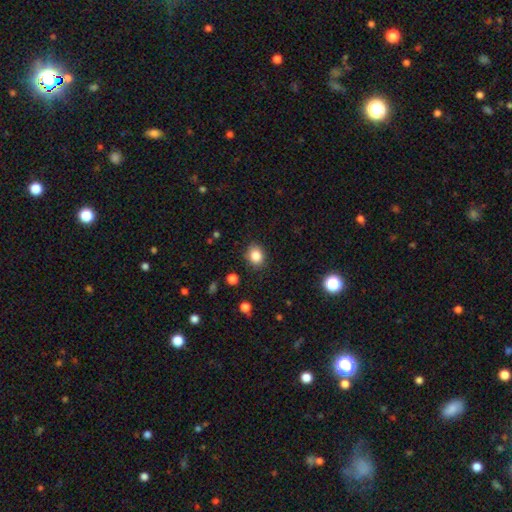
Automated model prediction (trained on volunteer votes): smooth-or-featured: smooth: 85% | star or artifact: 10% | featured or disk: 5%
  how-rounded: round: 60% | in between: 40% | cigar-shaped: 1%
  merging: none: 86% | minor disturbance: 10% | major disturbance: 3% | merger: 1%